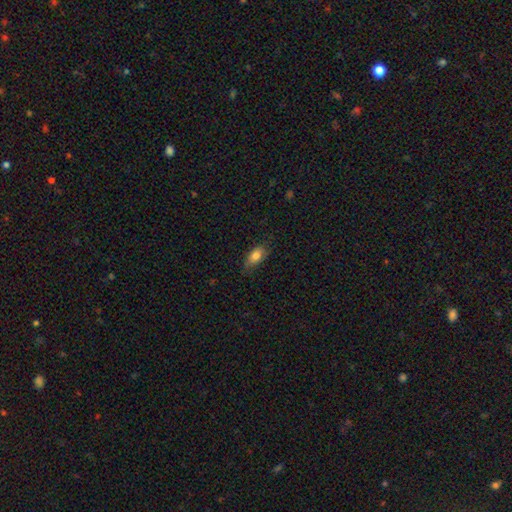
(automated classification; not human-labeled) The model was most divided on "merging": none: 71%, minor disturbance: 23%, major disturbance: 5%, merger: 1%. More confident: how rounded — in between (87%); smooth or featured — smooth (80%).